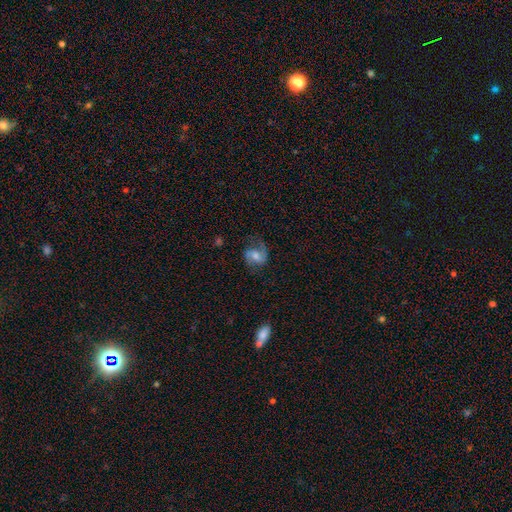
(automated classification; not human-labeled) This is likely a featured or disk galaxy (65%). It is clearly not viewed edge-on (97%). Bar: possibly weak (47%). Spiral arm pattern: clearly yes (92%). Spiral arm count: likely 2 (79%). Spiral winding: possibly medium (46%). Central bulge: possibly moderate (54%). Merging: likely none (63%).